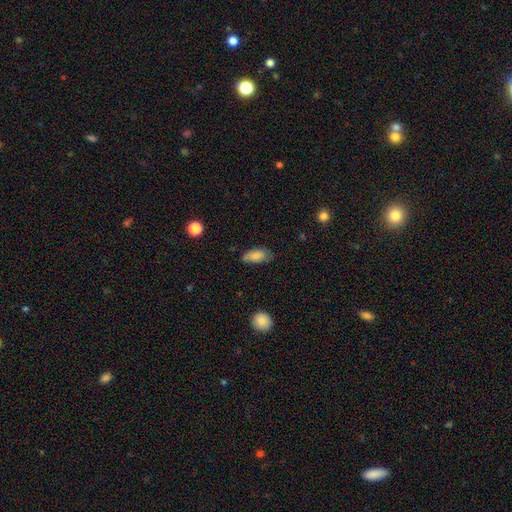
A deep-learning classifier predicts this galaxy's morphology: smooth_or_featured: smooth (p=0.82) [alt: featured or disk p=0.10]
how_rounded: in between (p=0.88) [alt: cigar-shaped p=0.09]
merging: none (p=0.65) [alt: minor disturbance p=0.28]